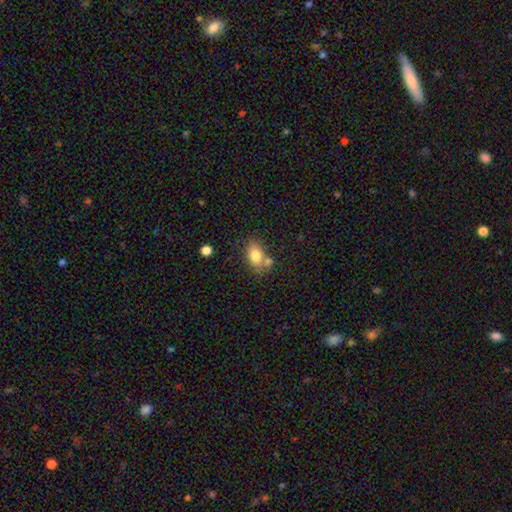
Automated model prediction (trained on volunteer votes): A smooth galaxy with no disk features (79%) that is in between round and cigar-shaped (84%).

Vote fractions:
- Smooth or featured? smooth: 79% / featured or disk: 13% / star or artifact: 8%
- How rounded? in between: 84% / round: 13% / cigar-shaped: 3%
- Merging? none: 57% / merger: 23% / minor disturbance: 16% / major disturbance: 5%